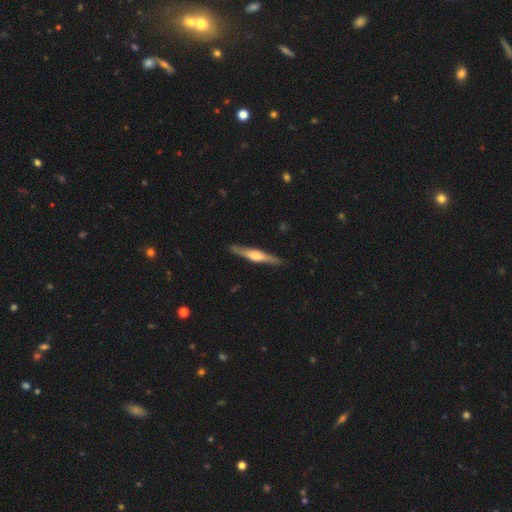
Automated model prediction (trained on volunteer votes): Smooth or featured? Predicted: featured or disk (p=0.64). Edge-on disk? Predicted: yes (p=0.97). Edge-on bulge? Predicted: rounded (p=0.69). Merging? Predicted: none (p=0.88).